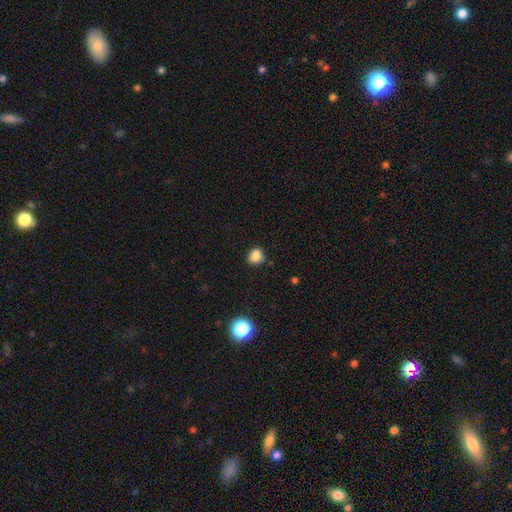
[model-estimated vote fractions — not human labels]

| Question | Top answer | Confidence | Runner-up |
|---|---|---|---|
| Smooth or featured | smooth | 83% | star or artifact (11%) |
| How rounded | round | 71% | in between (28%) |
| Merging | none | 77% | minor disturbance (17%) |